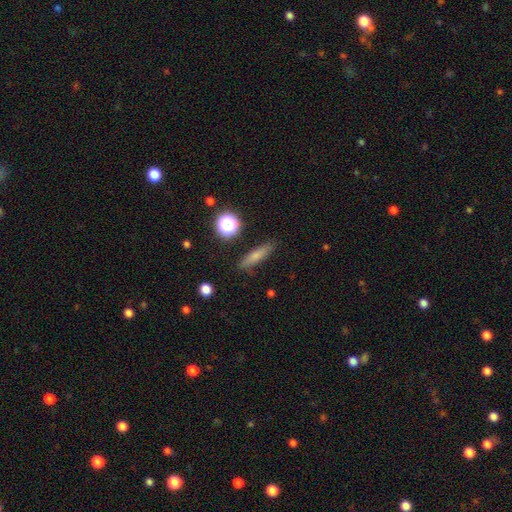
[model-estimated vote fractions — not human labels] A smooth galaxy with no disk features (68%) that is cigar-shaped (76%).

Vote fractions:
- Smooth or featured? smooth: 68% / featured or disk: 22% / star or artifact: 11%
- How rounded? cigar-shaped: 76% / in between: 19% / round: 5%
- Merging? none: 85% / minor disturbance: 10% / major disturbance: 3% / merger: 2%